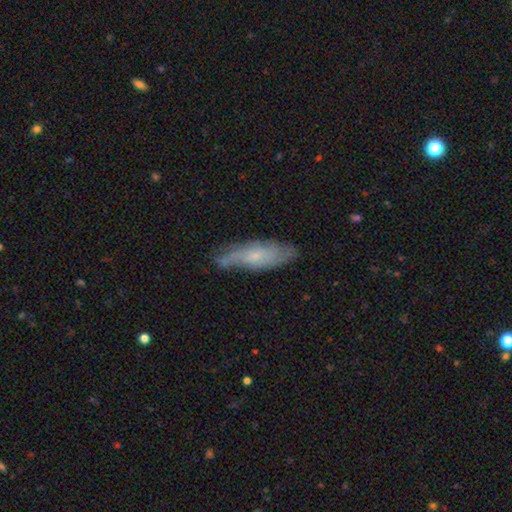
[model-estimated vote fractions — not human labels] featured or disk 55%, smooth 38%, star or artifact 7%. Down the decision tree: edge-on disk — no (74%); merging — none (68%).